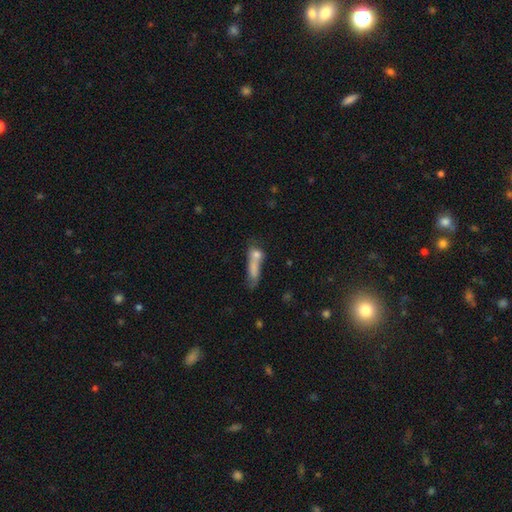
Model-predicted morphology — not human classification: This is likely a smooth galaxy (68%). How rounded: possibly cigar-shaped (48%). Merging: possibly merger (46%).